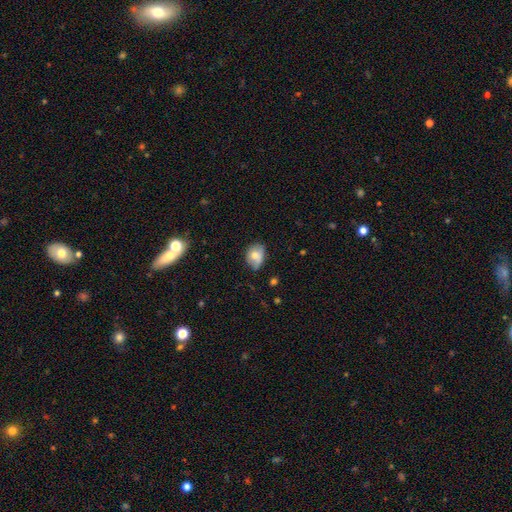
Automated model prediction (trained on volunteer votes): smooth-or-featured: smooth: 68% | featured or disk: 23% | star or artifact: 9%
  how-rounded: in between: 58% | round: 41% | cigar-shaped: 1%
  merging: none: 48% | minor disturbance: 39% | major disturbance: 10% | merger: 3%